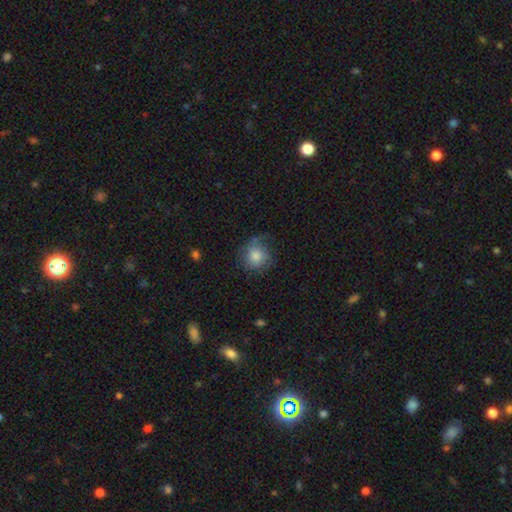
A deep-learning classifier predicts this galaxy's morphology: Smooth or featured? smooth (69%)
How rounded? round (85%)
Merging? none (60%)